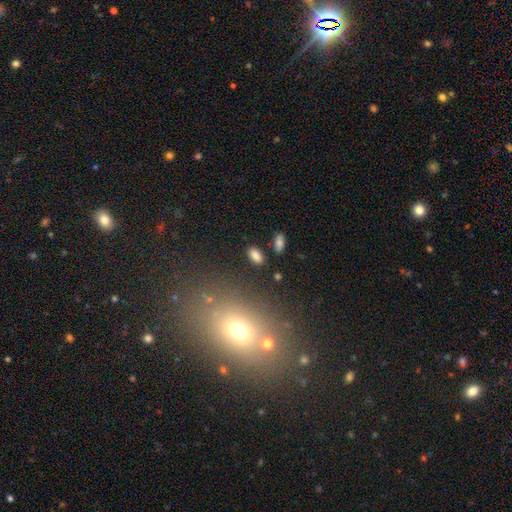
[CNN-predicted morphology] This appears to be a smooth galaxy with no disk features (82%) that is in between round and cigar-shaped (91%). Merging: none (83%).